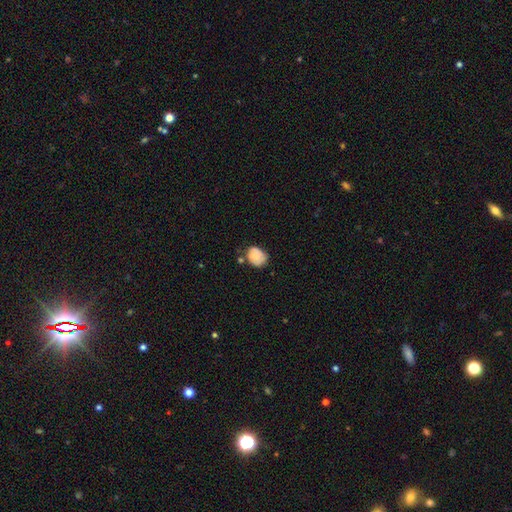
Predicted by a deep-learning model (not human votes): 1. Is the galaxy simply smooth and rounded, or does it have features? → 68% smooth, 23% featured or disk, 9% star or artifact.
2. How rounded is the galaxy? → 54% in between, 45% round, 1% cigar-shaped.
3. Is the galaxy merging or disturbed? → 52% none, 30% minor disturbance, 10% merger, 8% major disturbance.